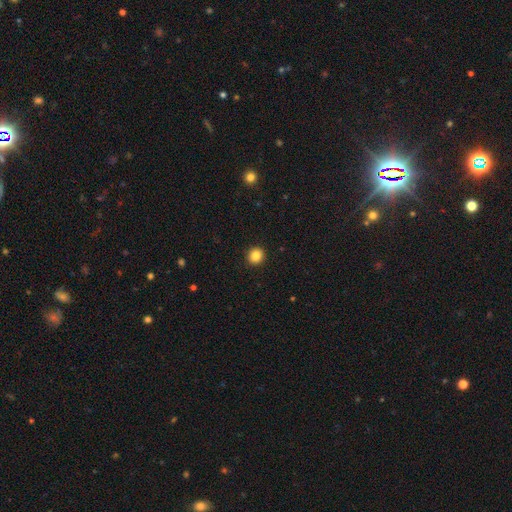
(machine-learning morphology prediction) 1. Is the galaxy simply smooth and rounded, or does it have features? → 85% smooth, 10% star or artifact, 5% featured or disk.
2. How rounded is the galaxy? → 91% round, 8% in between, 1% cigar-shaped.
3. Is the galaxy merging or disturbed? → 93% none, 5% minor disturbance, 2% major disturbance, 1% merger.